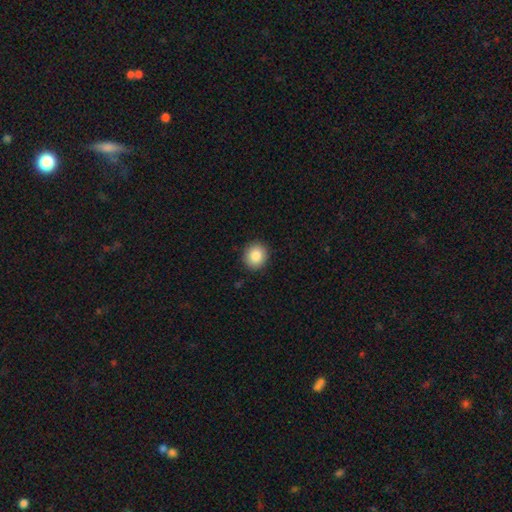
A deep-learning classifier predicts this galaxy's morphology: Smooth or featured? smooth (86%)
How rounded? round (87%)
Merging? none (90%)